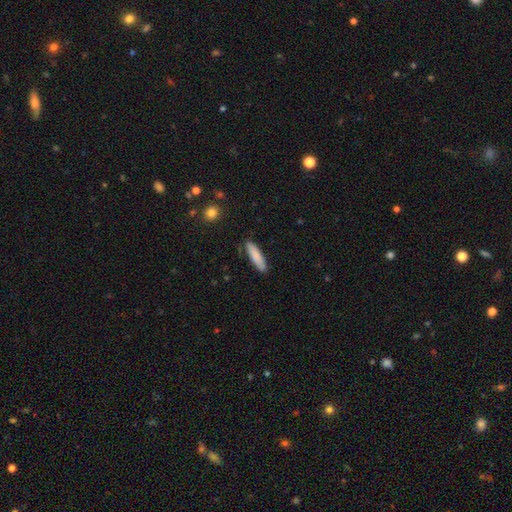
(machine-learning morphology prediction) The model was most divided on "how rounded": cigar-shaped: 75%, in between: 24%, round: 1%. More confident: merging — none (86%); smooth or featured — smooth (85%).